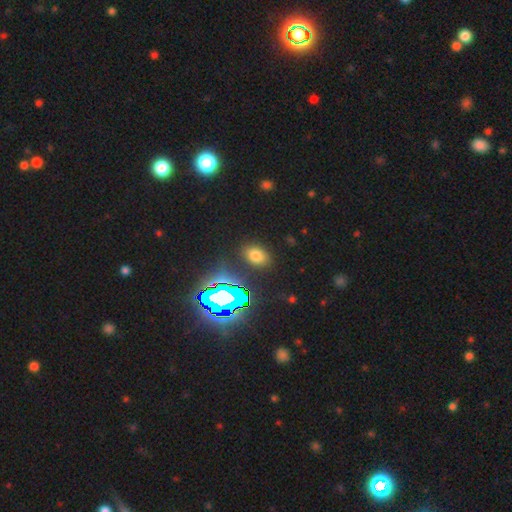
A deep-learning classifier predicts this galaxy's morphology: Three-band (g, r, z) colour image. It shows a smooth galaxy with no disk features (66%) that is in between round and cigar-shaped (77%). Merging: none (86%).